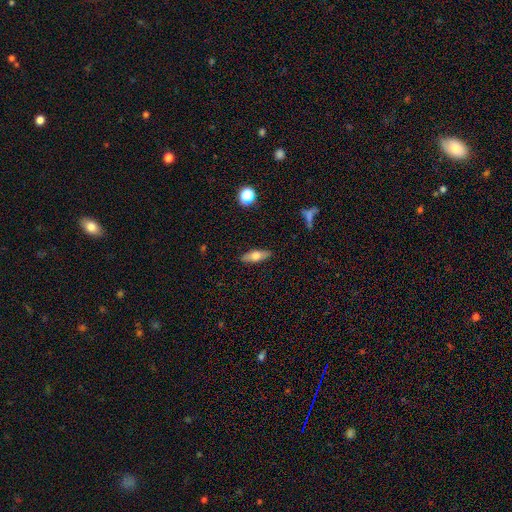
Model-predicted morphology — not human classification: Smooth or featured? smooth (60%)
How rounded? in between (65%)
Merging? none (87%)